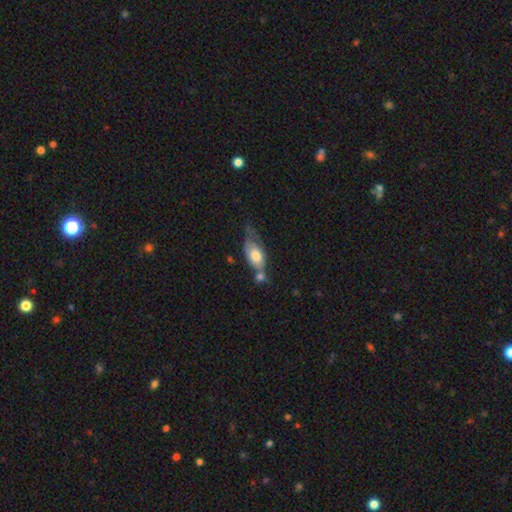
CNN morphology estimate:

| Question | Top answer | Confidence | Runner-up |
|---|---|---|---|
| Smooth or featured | smooth | 63% | featured or disk (31%) |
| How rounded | in between | 84% | cigar-shaped (10%) |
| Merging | merger | 38% | none (25%) |